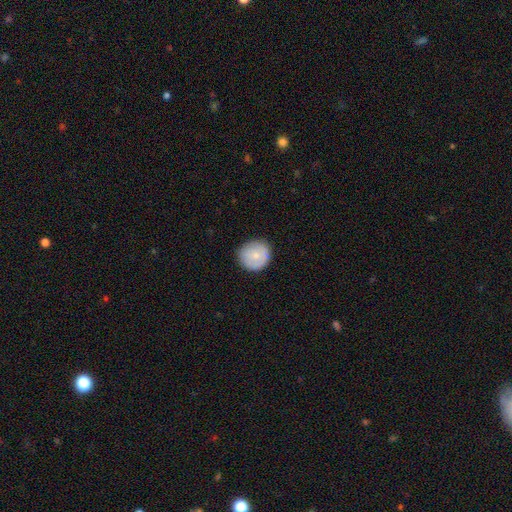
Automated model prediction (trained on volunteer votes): Smooth or featured? smooth (72%)
How rounded? round (92%)
Merging? none (85%)